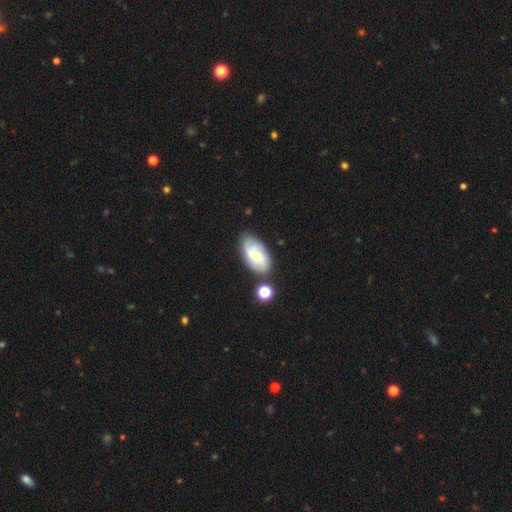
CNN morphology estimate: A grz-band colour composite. It shows a featured or disk galaxy (54%) with no bar (50%), spiral arms (88%) and a small central bulge (53%). Merging: none (70%).